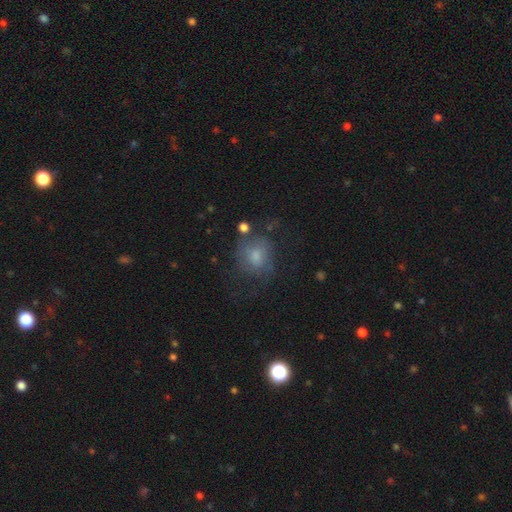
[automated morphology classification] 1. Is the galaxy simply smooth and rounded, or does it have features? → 46% smooth, 37% featured or disk, 17% star or artifact.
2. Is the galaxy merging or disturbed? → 57% none, 21% minor disturbance, 18% major disturbance, 4% merger.